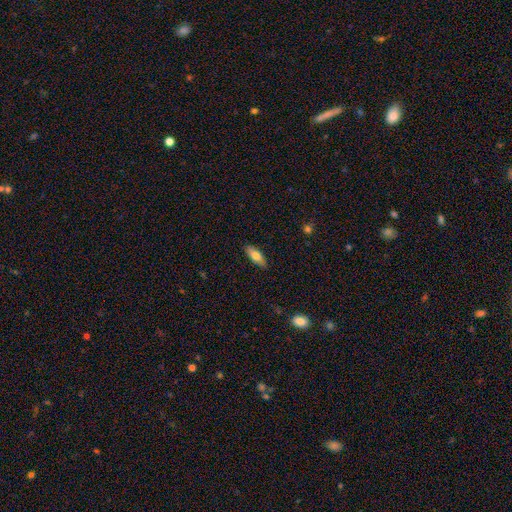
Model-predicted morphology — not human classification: smooth 70%, featured or disk 24%, star or artifact 6%. Down the decision tree: how rounded — in between (67%); merging — none (86%).